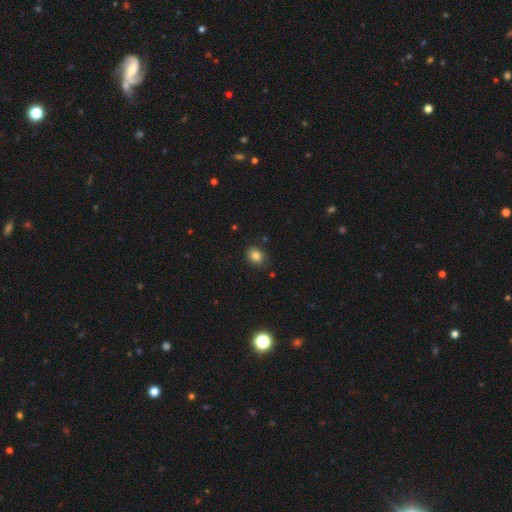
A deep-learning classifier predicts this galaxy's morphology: The model was most divided on "how rounded": round: 55%, in between: 44%, cigar-shaped: 1%. More confident: merging — none (85%); smooth or featured — smooth (82%).